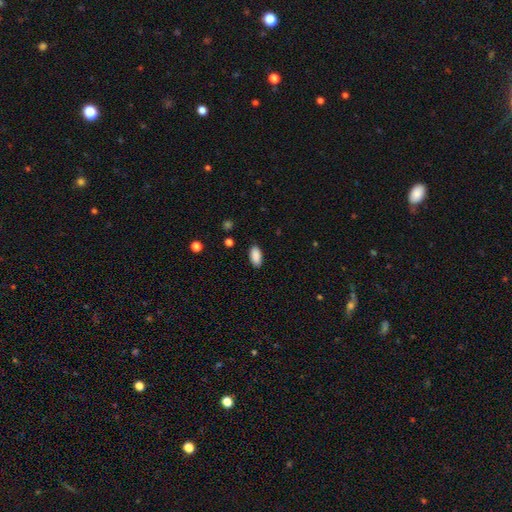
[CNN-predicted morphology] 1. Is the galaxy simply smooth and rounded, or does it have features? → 89% smooth, 7% star or artifact, 3% featured or disk.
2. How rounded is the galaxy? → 92% in between, 5% cigar-shaped, 3% round.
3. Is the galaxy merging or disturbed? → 88% none, 9% minor disturbance, 2% major disturbance, 1% merger.